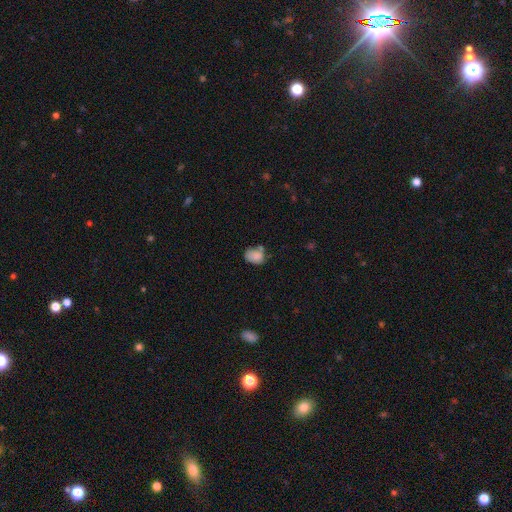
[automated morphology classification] smooth_or_featured: smooth (p=0.79) [alt: featured or disk p=0.11]
how_rounded: in between (p=0.65) [alt: round p=0.34]
merging: none (p=0.42) [alt: minor disturbance p=0.29]